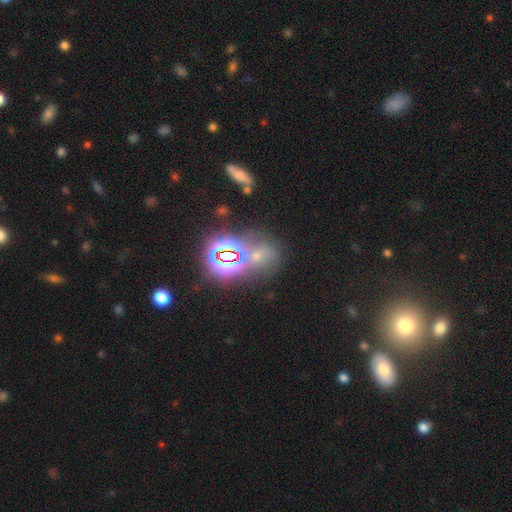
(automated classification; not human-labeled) This appears to be a star or artifact, not a galaxy (56%).